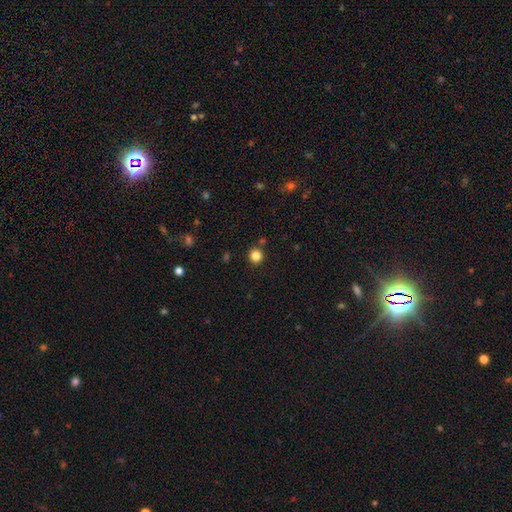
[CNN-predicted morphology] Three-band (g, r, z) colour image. It shows a smooth galaxy with no disk features (84%) that is round (94%). Merging: none (87%).